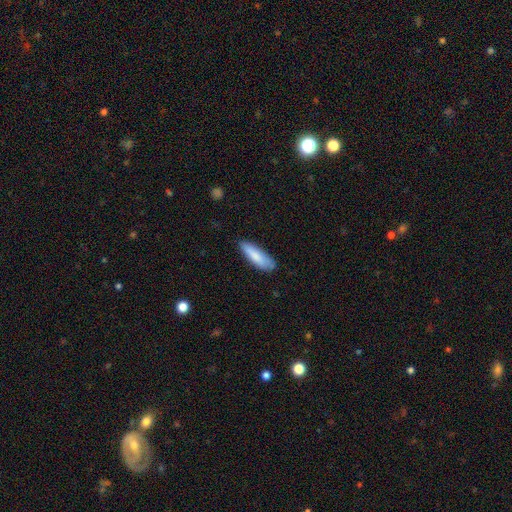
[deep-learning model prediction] This appears to be a smooth galaxy with no disk features (84%) that is cigar-shaped (50%). Merging: none (78%).